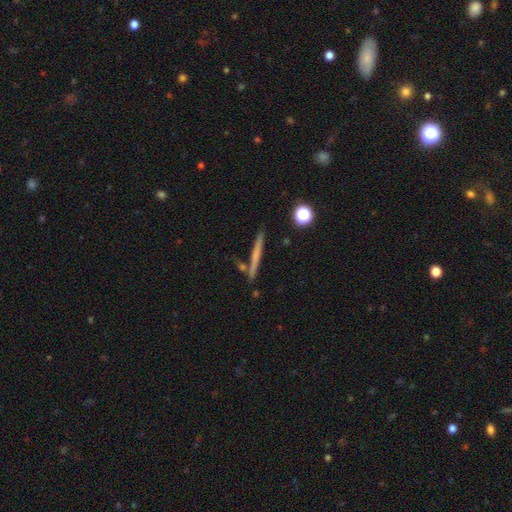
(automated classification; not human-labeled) Smooth or featured? Predicted: smooth (p=0.50). Merging? Predicted: none (p=0.85).